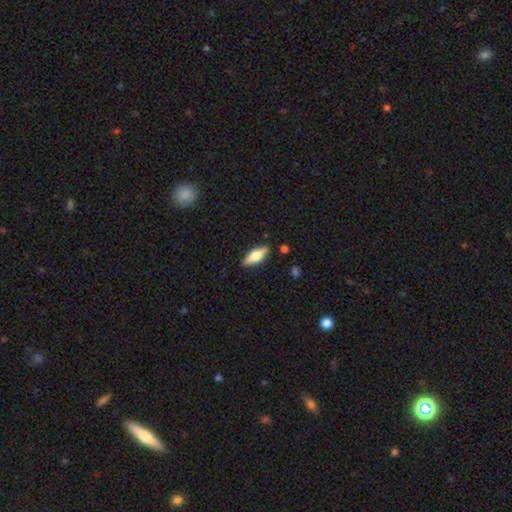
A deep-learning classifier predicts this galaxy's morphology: Q: Smooth or featured?
A: smooth (56%); runner-up: featured or disk (37%)
Q: How rounded?
A: in between (67%); runner-up: cigar-shaped (31%)
Q: Merging?
A: none (86%); runner-up: minor disturbance (10%)